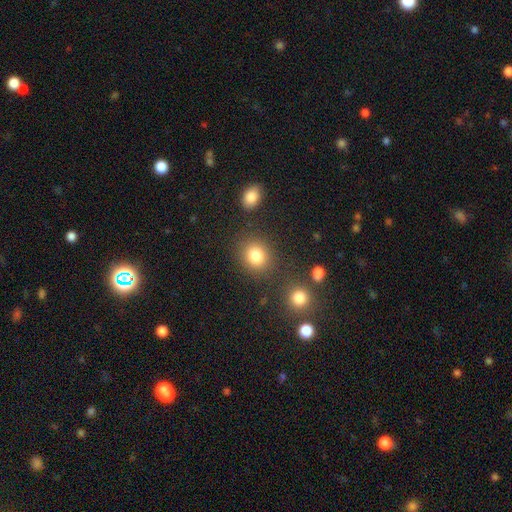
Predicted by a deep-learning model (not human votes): The model was most divided on "how rounded": round: 74%, in between: 25%, cigar-shaped: 1%. More confident: smooth or featured — smooth (82%); merging — none (81%).